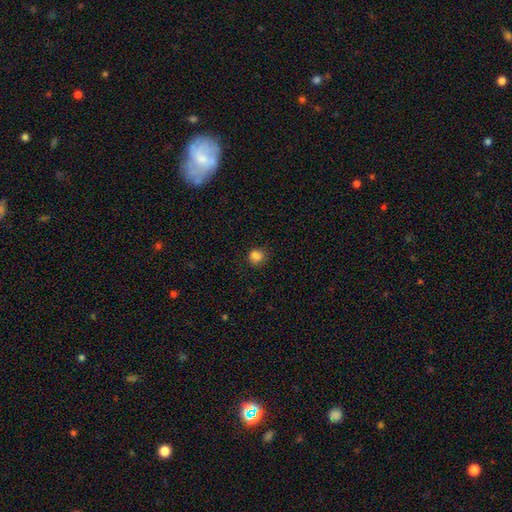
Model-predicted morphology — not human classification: smooth 82%, star or artifact 13%, featured or disk 5%. Down the decision tree: how rounded — round (74%); merging — none (73%).